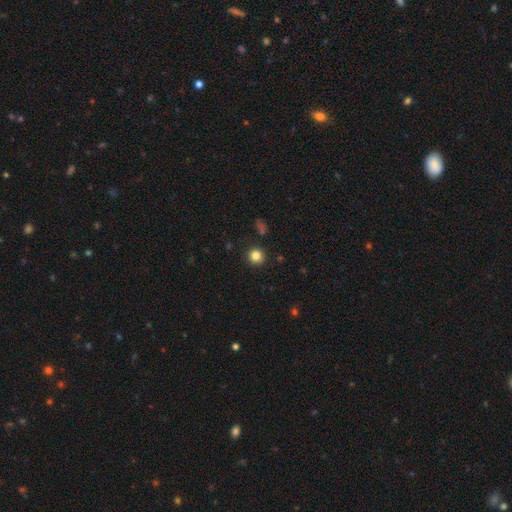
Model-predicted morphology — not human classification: Smooth or featured? Predicted: smooth (p=0.83). How rounded? Predicted: round (p=0.94). Merging? Predicted: none (p=0.91).